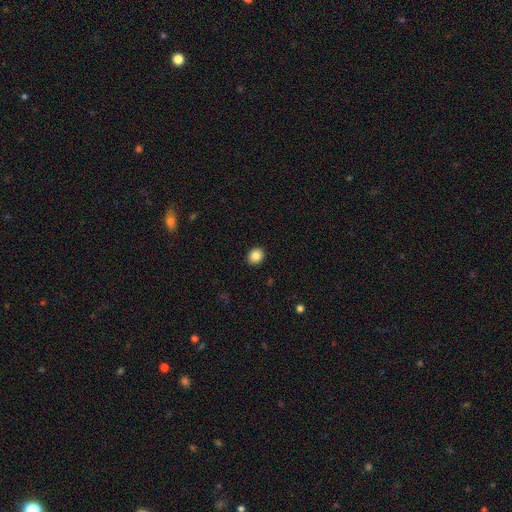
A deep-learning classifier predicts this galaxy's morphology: This appears to be a smooth galaxy with no disk features (87%) that is round (74%). Merging: none (92%).